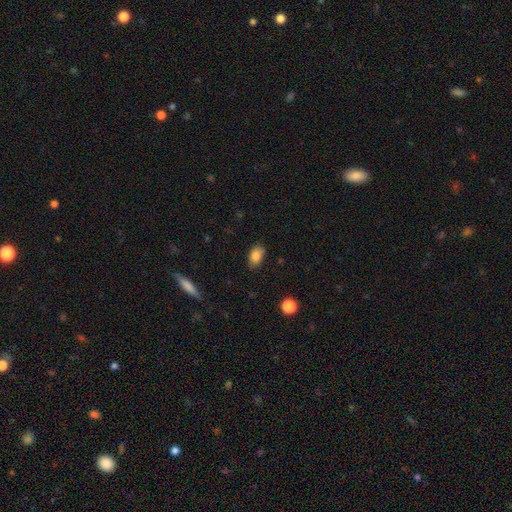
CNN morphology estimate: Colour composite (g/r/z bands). It shows a smooth galaxy with no disk features (85%) that is in between round and cigar-shaped (87%). Merging: none (77%).